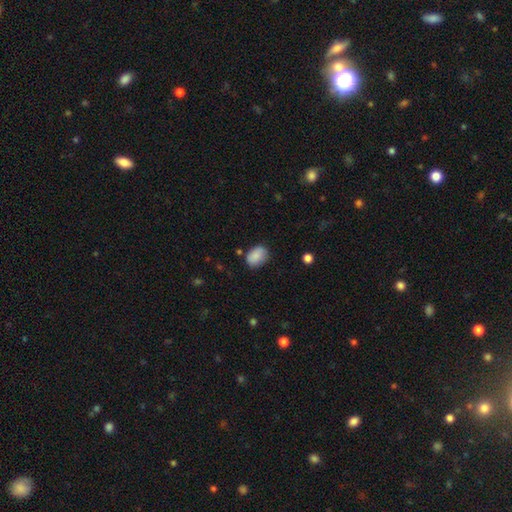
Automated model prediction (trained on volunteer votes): smooth_or_featured: smooth (p=0.88) [alt: star or artifact p=0.07]
how_rounded: in between (p=0.79) [alt: round p=0.20]
merging: none (p=0.77) [alt: minor disturbance p=0.17]